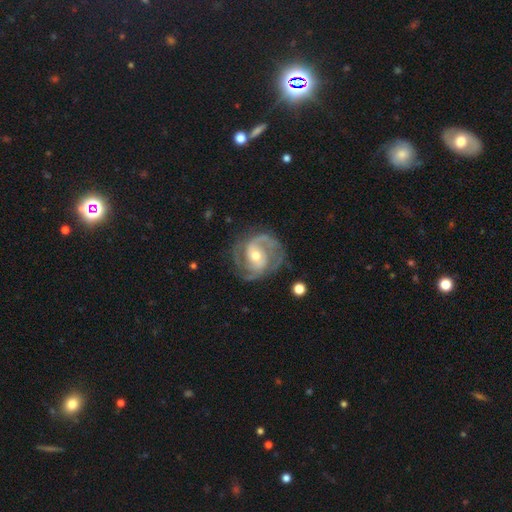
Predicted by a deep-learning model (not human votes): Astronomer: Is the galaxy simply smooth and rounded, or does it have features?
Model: featured or disk — 89%.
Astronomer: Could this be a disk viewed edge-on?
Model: no — 98%.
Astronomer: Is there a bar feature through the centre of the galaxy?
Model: no — 46% (runner-up: weak, 39%).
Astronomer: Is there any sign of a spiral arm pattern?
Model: yes — 96%.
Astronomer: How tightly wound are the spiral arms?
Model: tight — 45% (runner-up: medium, 44%).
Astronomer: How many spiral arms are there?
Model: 2 — 60%.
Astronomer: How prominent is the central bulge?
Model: moderate — 63%.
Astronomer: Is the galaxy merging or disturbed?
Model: none — 72%.